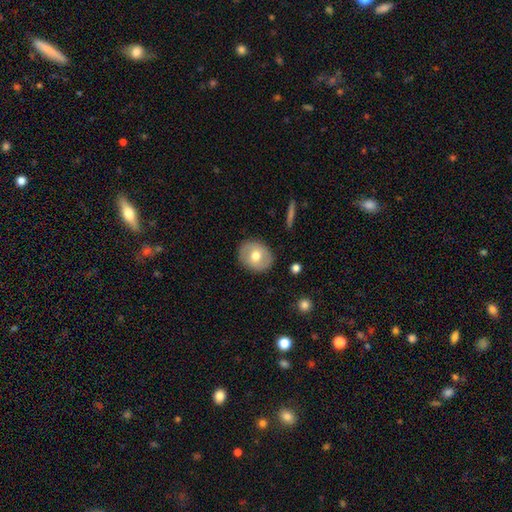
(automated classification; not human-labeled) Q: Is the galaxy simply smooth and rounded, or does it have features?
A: smooth — 59%.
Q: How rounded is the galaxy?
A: round — 57%.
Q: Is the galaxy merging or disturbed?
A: none — 87%.